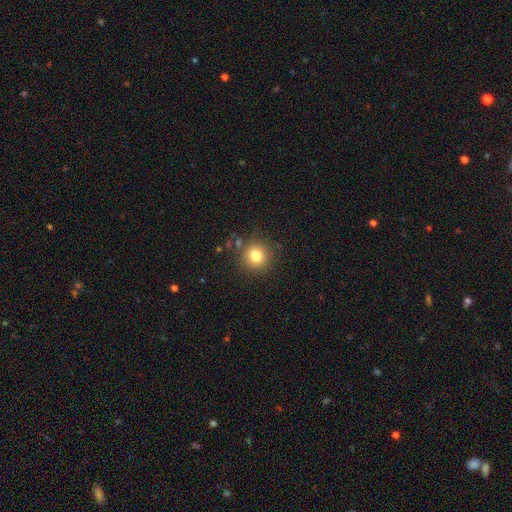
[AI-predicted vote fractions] smooth_or_featured: smooth (p=0.80) [alt: star or artifact p=0.13]
how_rounded: round (p=0.93) [alt: in between p=0.06]
merging: none (p=0.85) [alt: minor disturbance p=0.08]